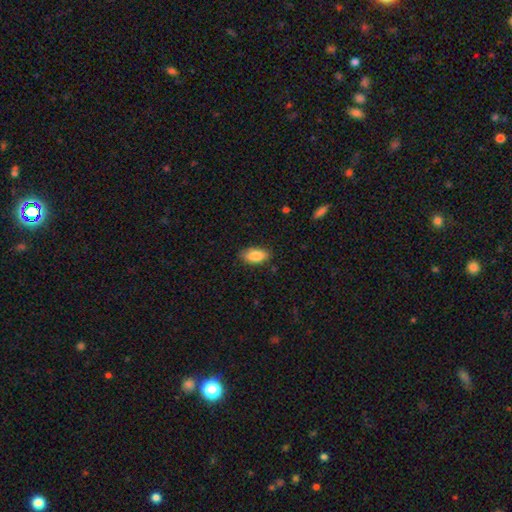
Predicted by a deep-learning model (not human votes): The model was most divided on "merging": none: 83%, minor disturbance: 13%, major disturbance: 3%, merger: 1%. More confident: how rounded — in between (92%); smooth or featured — smooth (87%).